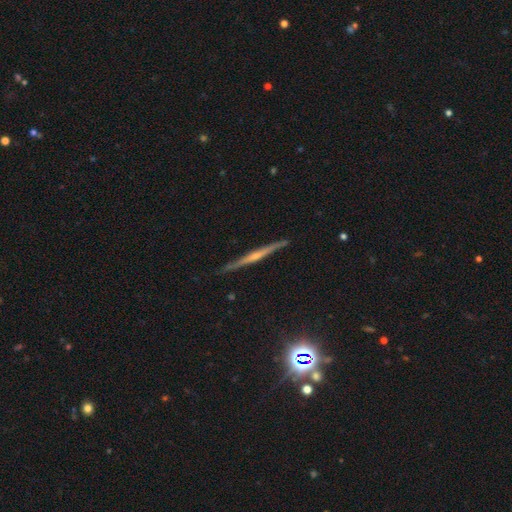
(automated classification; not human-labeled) smooth_or_featured: featured or disk (p=0.74) [alt: smooth p=0.17]
disk_edge_on: yes (p=0.98) [alt: no p=0.02]
edge_on_bulge: rounded (p=0.60) [alt: none p=0.31]
merging: none (p=0.89) [alt: minor disturbance p=0.08]